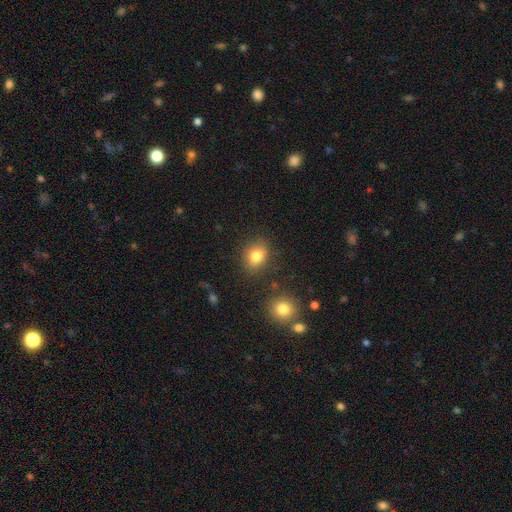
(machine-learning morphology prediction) Q: Smooth or featured?
A: smooth (81%); runner-up: star or artifact (11%)
Q: How rounded?
A: in between (54%); runner-up: round (45%)
Q: Merging?
A: none (82%); runner-up: minor disturbance (12%)